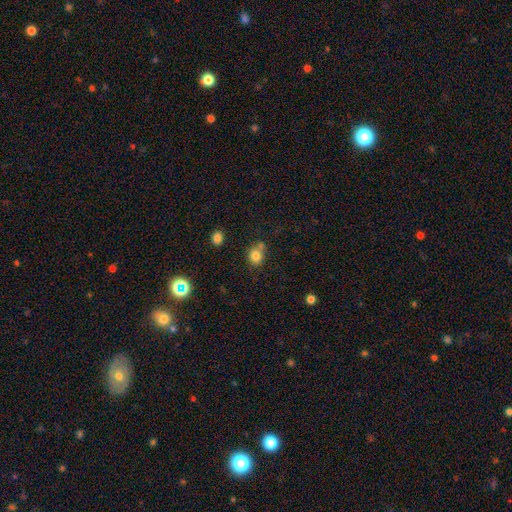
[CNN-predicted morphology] smooth_or_featured: smooth (p=0.80) [alt: star or artifact p=0.12]
how_rounded: round (p=0.72) [alt: in between p=0.27]
merging: none (p=0.61) [alt: merger p=0.20]